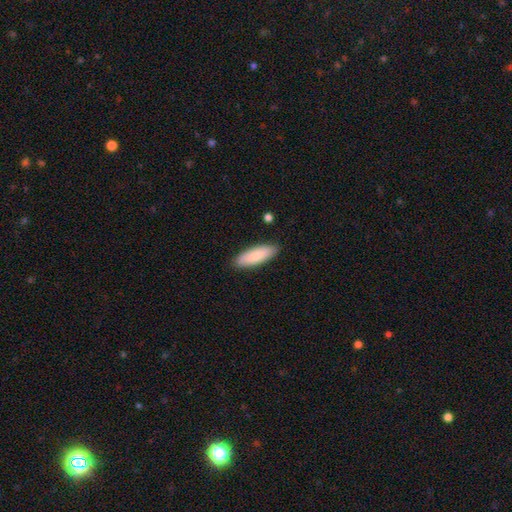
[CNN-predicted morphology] smooth 84%, featured or disk 10%, star or artifact 5%. Down the decision tree: how rounded — in between (54%); merging — none (89%).